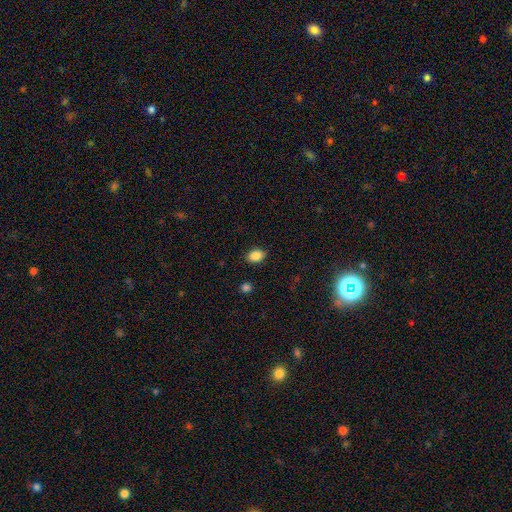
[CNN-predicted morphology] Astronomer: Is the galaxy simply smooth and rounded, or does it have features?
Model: smooth — 86%.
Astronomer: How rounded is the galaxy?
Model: in between — 77%.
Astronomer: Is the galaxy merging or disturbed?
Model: none — 87%.